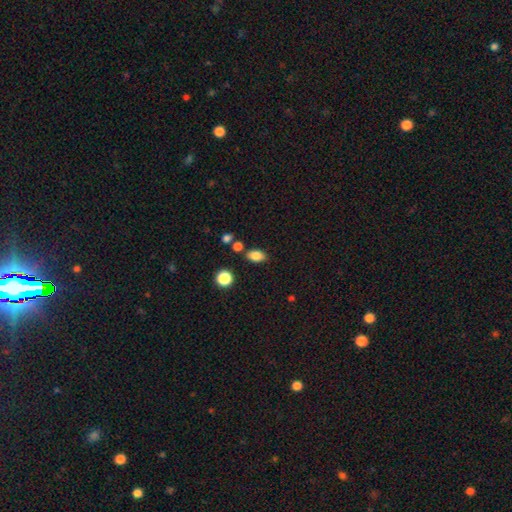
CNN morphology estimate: This is clearly a smooth galaxy (84%). How rounded: clearly in between (85%). Merging: likely none (78%).